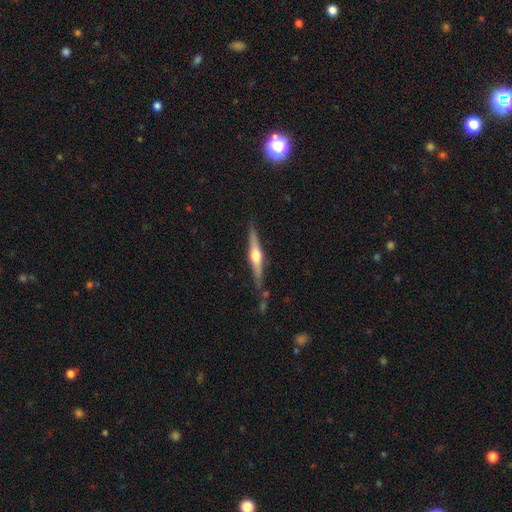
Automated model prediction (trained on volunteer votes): The model was most divided on "smooth or featured": featured or disk: 72%, smooth: 23%, star or artifact: 5%. More confident: edge-on disk — yes (97%); edge-on bulge — rounded (94%); merging — none (82%).